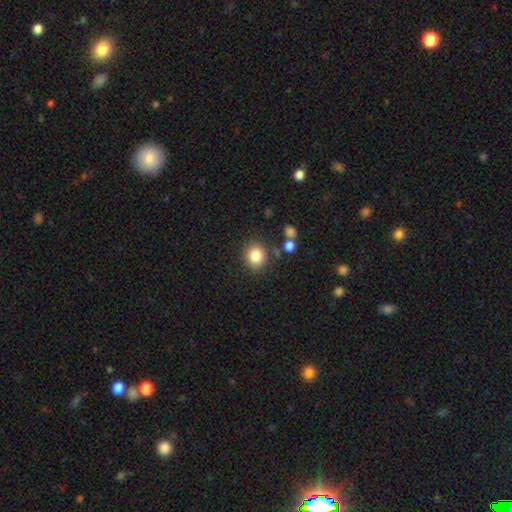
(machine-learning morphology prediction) This is clearly a smooth galaxy (84%). How rounded: likely round (75%). Merging: likely none (80%).